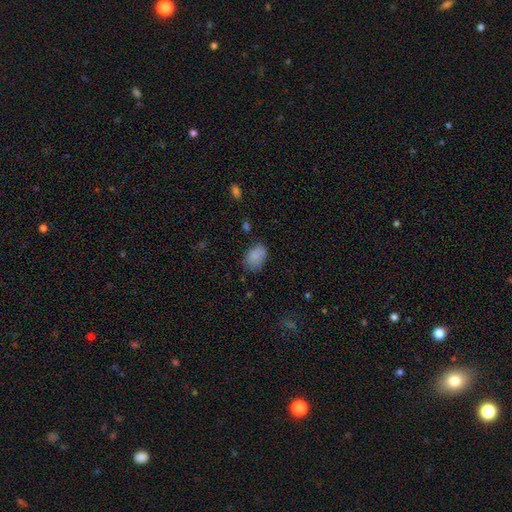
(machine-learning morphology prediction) smooth-or-featured: smooth: 86% | star or artifact: 9% | featured or disk: 6%
  how-rounded: in between: 84% | round: 15% | cigar-shaped: 1%
  merging: none: 69% | minor disturbance: 23% | major disturbance: 6% | merger: 2%